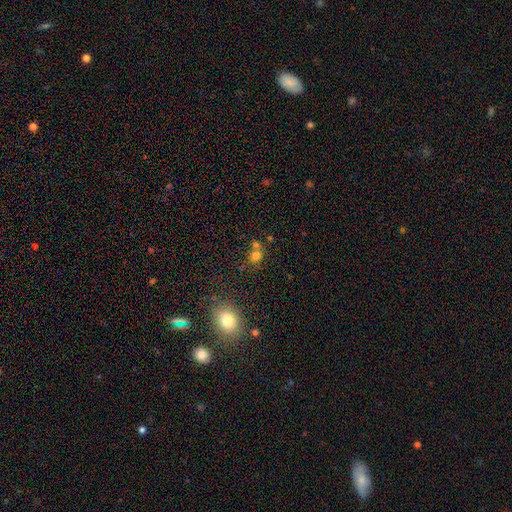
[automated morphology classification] Smooth or featured: smooth — 73% (star or artifact — 17%)
How rounded: round — 75% (in between — 24%)
Merging: none — 45% (merger — 41%)